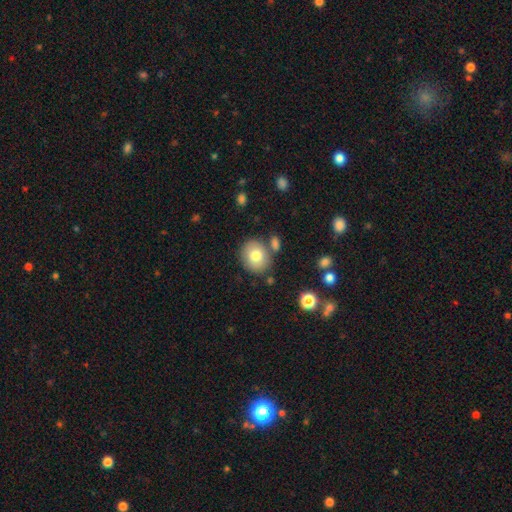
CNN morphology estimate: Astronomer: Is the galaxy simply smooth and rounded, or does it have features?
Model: smooth — 78%.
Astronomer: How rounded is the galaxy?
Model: round — 69%.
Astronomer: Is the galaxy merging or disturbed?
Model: none — 75%.